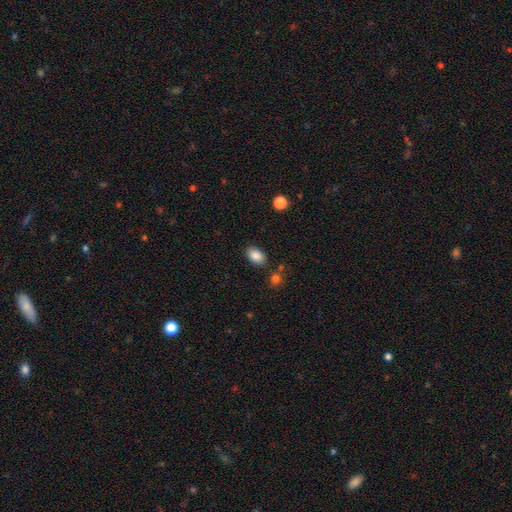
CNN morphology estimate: A smooth galaxy with no disk features (86%) that is in between round and cigar-shaped (87%).

Vote fractions:
- Smooth or featured? smooth: 86% / star or artifact: 8% / featured or disk: 6%
- How rounded? in between: 87% / round: 12% / cigar-shaped: 1%
- Merging? none: 83% / minor disturbance: 10% / merger: 4% / major disturbance: 3%